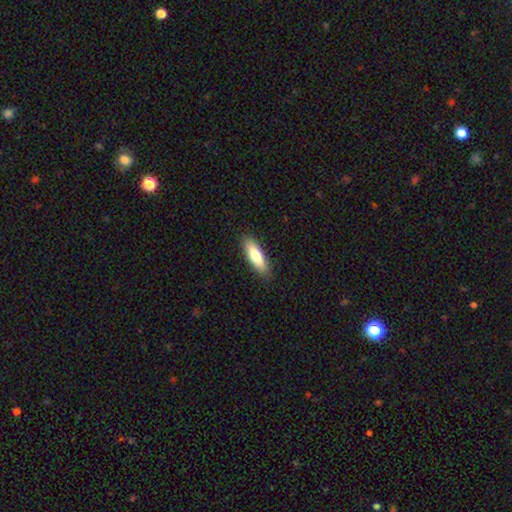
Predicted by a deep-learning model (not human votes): Smooth or featured: smooth — 75% (featured or disk — 19%)
How rounded: in between — 49% (tied with cigar-shaped — 49%)
Merging: none — 89% (minor disturbance — 9%)